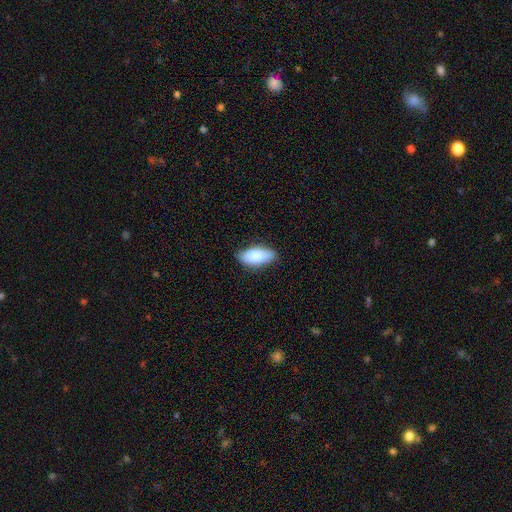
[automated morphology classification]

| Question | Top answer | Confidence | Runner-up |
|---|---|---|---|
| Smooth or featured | smooth | 86% | featured or disk (8%) |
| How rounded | in between | 89% | cigar-shaped (9%) |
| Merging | none | 79% | minor disturbance (17%) |